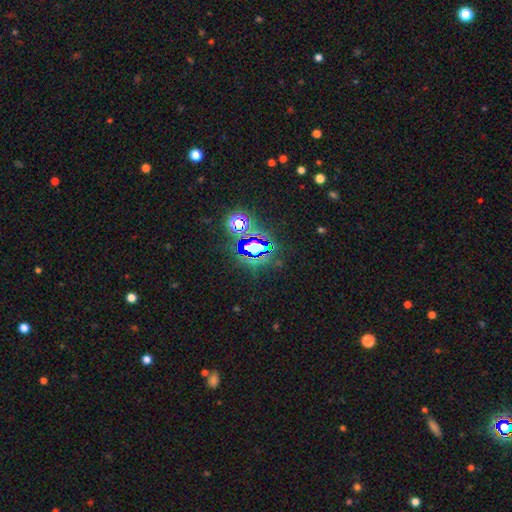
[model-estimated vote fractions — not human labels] The model was most divided on "smooth or featured": star or artifact: 79%, smooth: 12%, featured or disk: 9%.